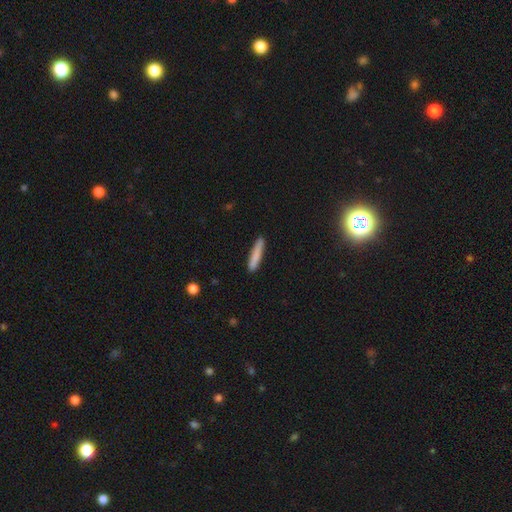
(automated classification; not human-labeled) Smooth or featured? Predicted: smooth (p=0.83). How rounded? Predicted: cigar-shaped (p=0.92). Merging? Predicted: none (p=0.89).